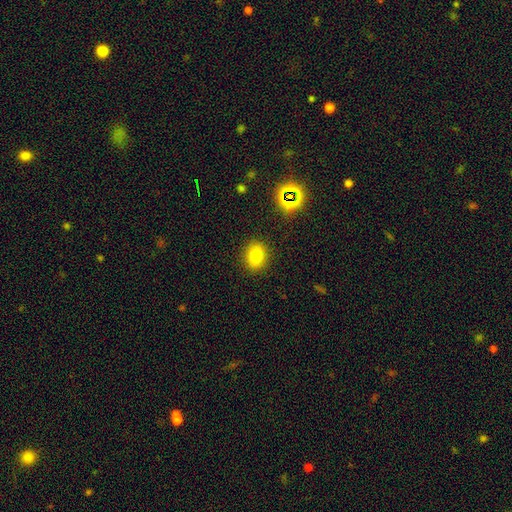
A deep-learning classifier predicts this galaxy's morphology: Smooth or featured? smooth (76%)
How rounded? round (52%)
Merging? none (88%)